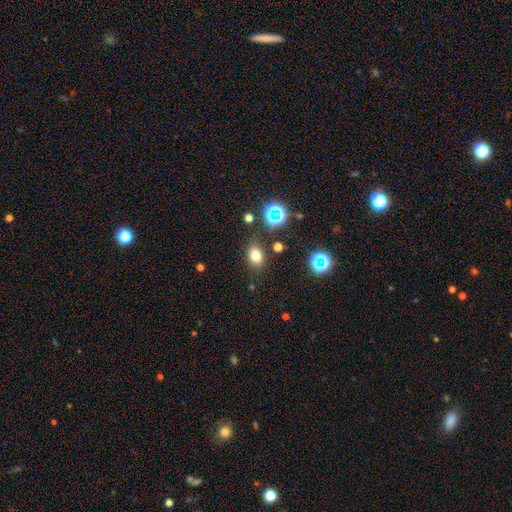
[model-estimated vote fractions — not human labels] Q: Smooth or featured?
A: smooth (73%); runner-up: star or artifact (18%)
Q: How rounded?
A: in between (68%); runner-up: round (30%)
Q: Merging?
A: none (80%); runner-up: minor disturbance (13%)